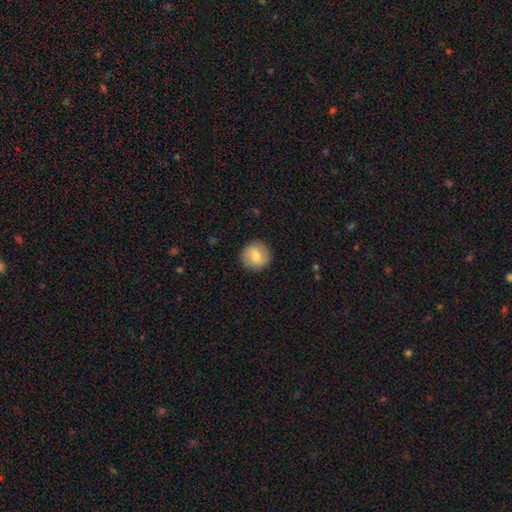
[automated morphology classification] A smooth galaxy with no disk features (74%) that is round (94%). Merging: none (90%).